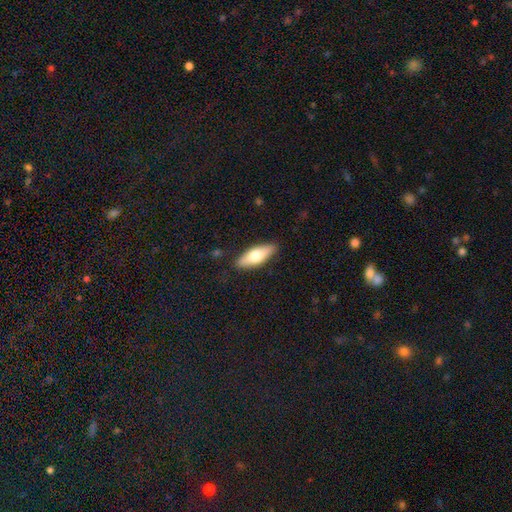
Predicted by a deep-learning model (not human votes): A smooth galaxy with no disk features (67%) that is in between round and cigar-shaped (69%).

Vote fractions:
- Smooth or featured? smooth: 67% / featured or disk: 28% / star or artifact: 6%
- How rounded? in between: 69% / cigar-shaped: 29% / round: 2%
- Merging? none: 86% / minor disturbance: 10% / major disturbance: 2% / merger: 1%